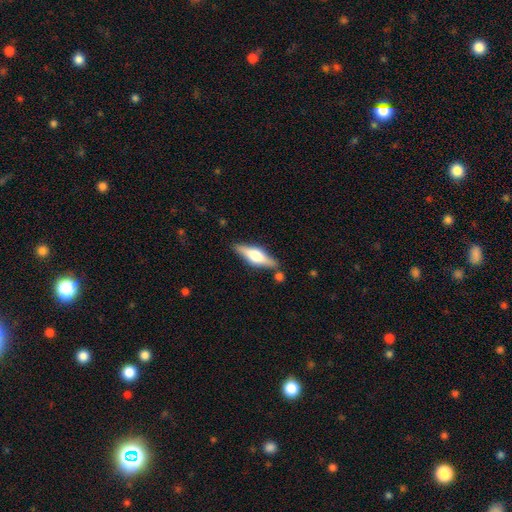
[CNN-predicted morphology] A featured or disk galaxy (59%) viewed edge-on (94%) with a rounded central bulge (90%).

Vote fractions:
- Smooth or featured? featured or disk: 59% / smooth: 36% / star or artifact: 6%
- Edge-on disk? yes: 94% / no: 6%
- Edge-on bulge? rounded: 90% / boxy: 8% / none: 2%
- Merging? none: 81% / minor disturbance: 11% / merger: 5% / major disturbance: 3%